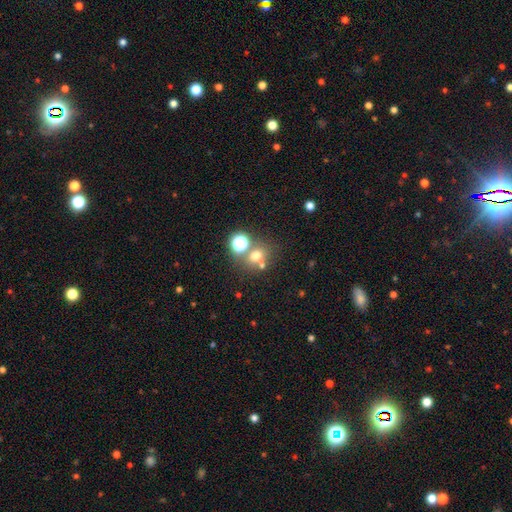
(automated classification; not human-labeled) This appears to be a smooth galaxy with no disk features (62%) that is round (74%). Merging: none (54%).